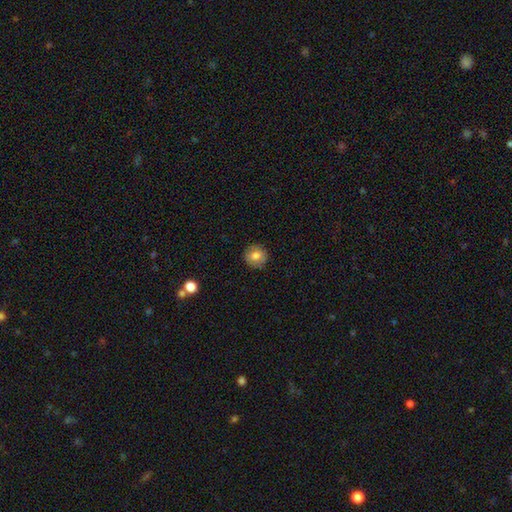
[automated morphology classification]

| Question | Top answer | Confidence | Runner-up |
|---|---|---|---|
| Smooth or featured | smooth | 79% | featured or disk (12%) |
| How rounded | round | 92% | in between (7%) |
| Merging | none | 88% | minor disturbance (9%) |